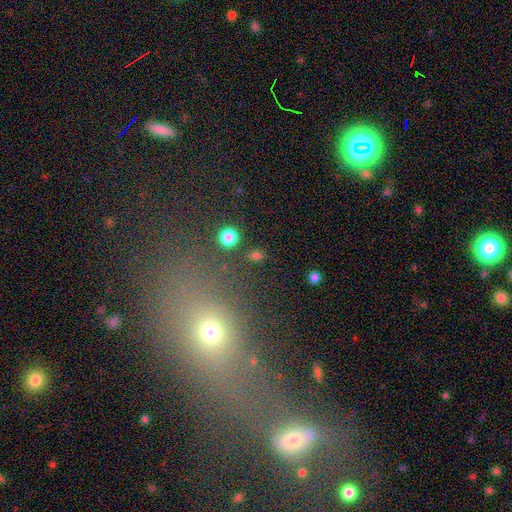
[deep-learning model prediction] Q: Smooth or featured?
A: smooth (76%); runner-up: star or artifact (18%)
Q: How rounded?
A: round (75%); runner-up: in between (23%)
Q: Merging?
A: none (84%); runner-up: minor disturbance (7%)